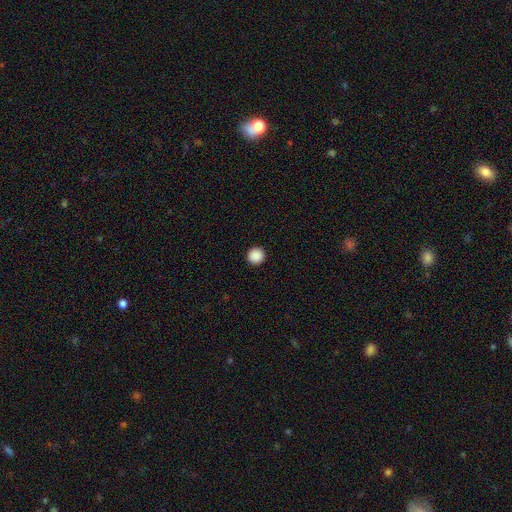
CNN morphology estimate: smooth-or-featured: smooth: 89% | star or artifact: 9% | featured or disk: 2%
  how-rounded: round: 96% | in between: 3% | cigar-shaped: 1%
  merging: none: 94% | minor disturbance: 4% | major disturbance: 1% | merger: 1%